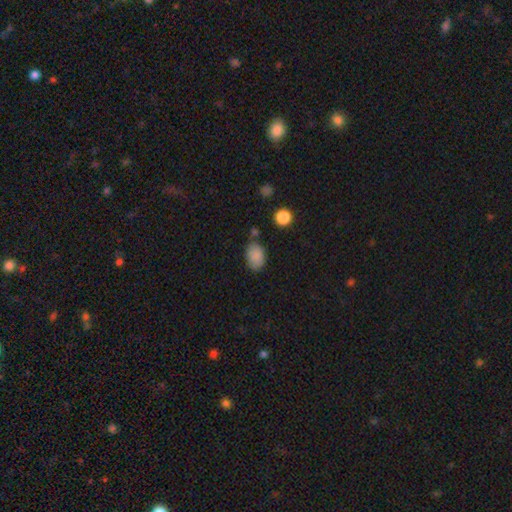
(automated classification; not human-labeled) Smooth or featured: smooth — 86% (star or artifact — 9%)
How rounded: in between — 83% (round — 16%)
Merging: none — 69% (minor disturbance — 20%)